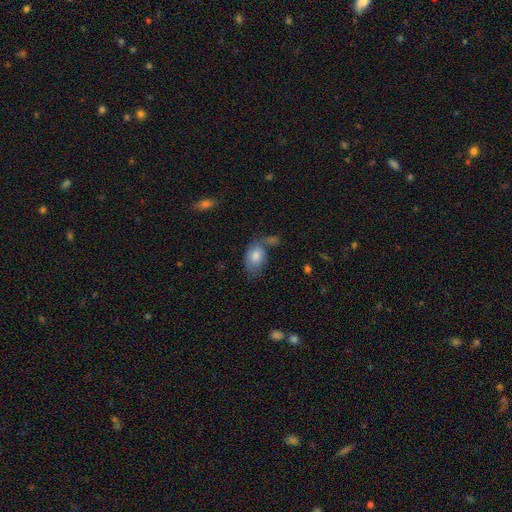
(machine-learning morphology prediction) Smooth or featured? smooth (72%)
How rounded? in between (87%)
Merging? none (41%)